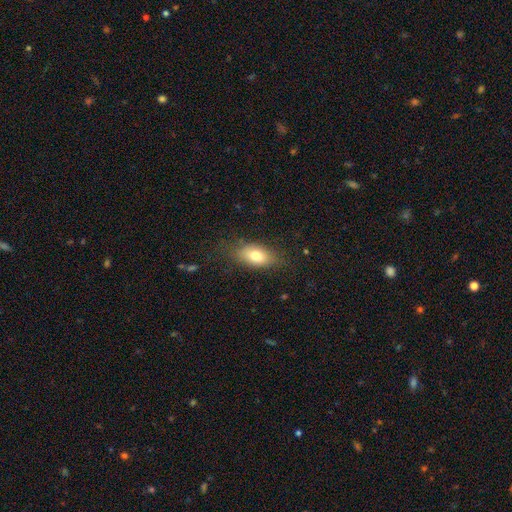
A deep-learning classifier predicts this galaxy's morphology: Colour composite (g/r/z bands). It shows a smooth galaxy with no disk features (78%) that is in between round and cigar-shaped (87%). Merging: none (75%).